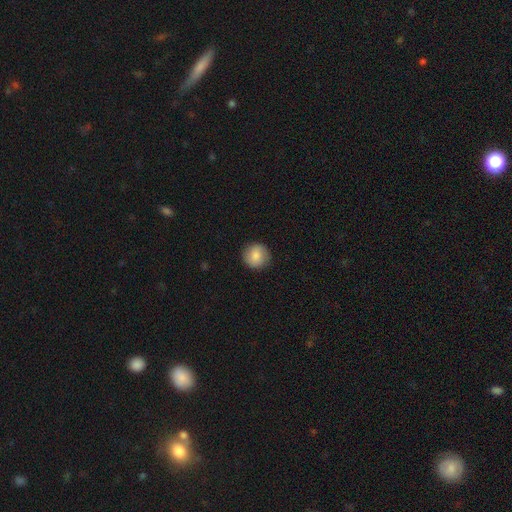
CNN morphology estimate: smooth-or-featured: smooth: 82% | featured or disk: 10% | star or artifact: 8%
  how-rounded: round: 93% | in between: 6% | cigar-shaped: 1%
  merging: none: 89% | minor disturbance: 8% | major disturbance: 2% | merger: 1%